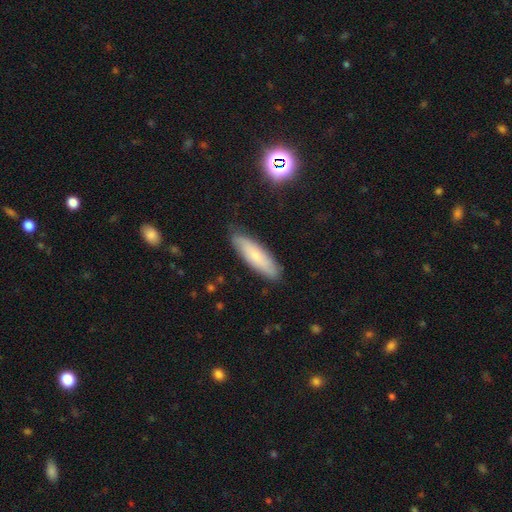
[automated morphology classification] Smooth or featured? smooth (66%)
How rounded? cigar-shaped (60%)
Merging? none (84%)